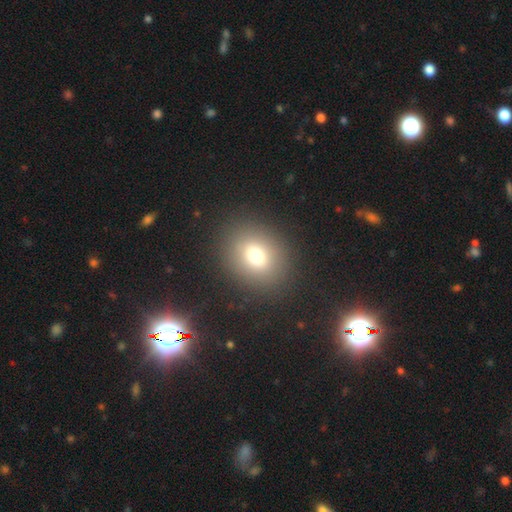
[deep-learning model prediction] A smooth galaxy with no disk features (74%) that is round (56%). Merging: none (87%).